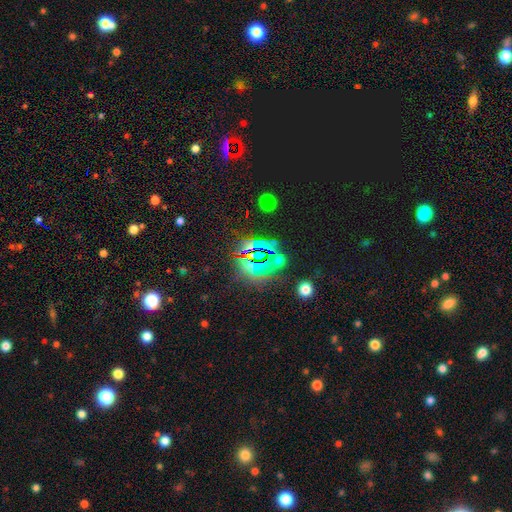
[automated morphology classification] smooth-or-featured: star or artifact: 76% | smooth: 14% | featured or disk: 11%